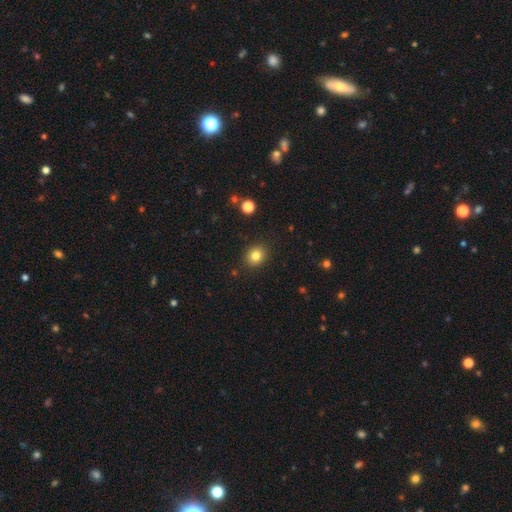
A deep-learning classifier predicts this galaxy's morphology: Smooth or featured: smooth — 82% (star or artifact — 11%)
How rounded: round — 67% (in between — 32%)
Merging: none — 90% (minor disturbance — 7%)